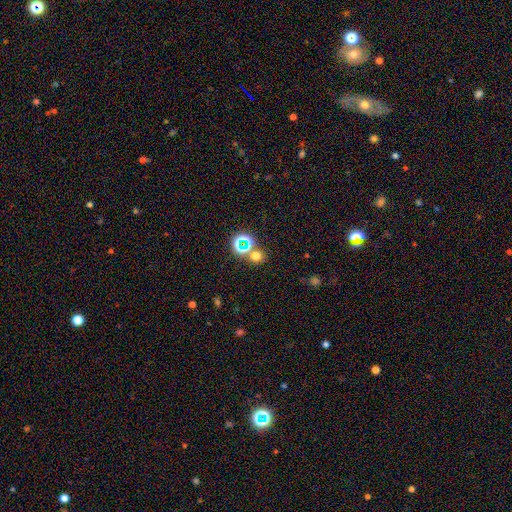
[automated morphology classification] Smooth or featured? smooth (59%)
How rounded? round (84%)
Merging? none (69%)